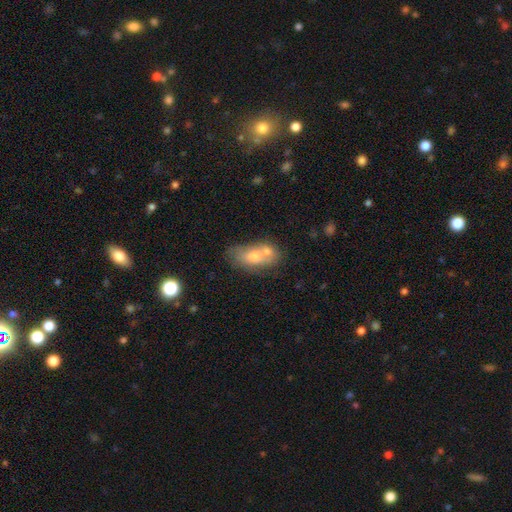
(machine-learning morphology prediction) type=smooth (65%); roundness=in between (84%); merging=merger (42%).